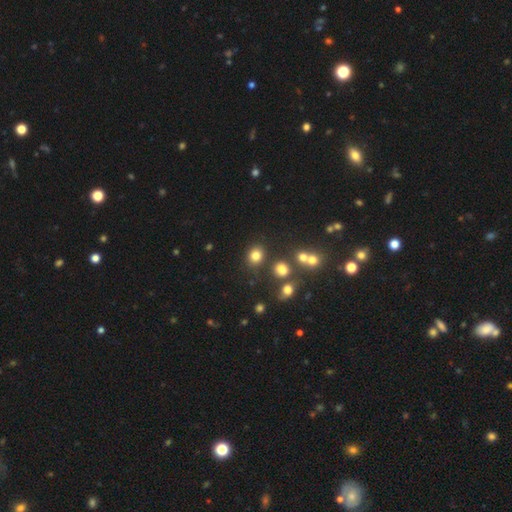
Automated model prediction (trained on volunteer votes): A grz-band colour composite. It shows a smooth galaxy with no disk features (79%) that is round (76%). Merging: none (80%).